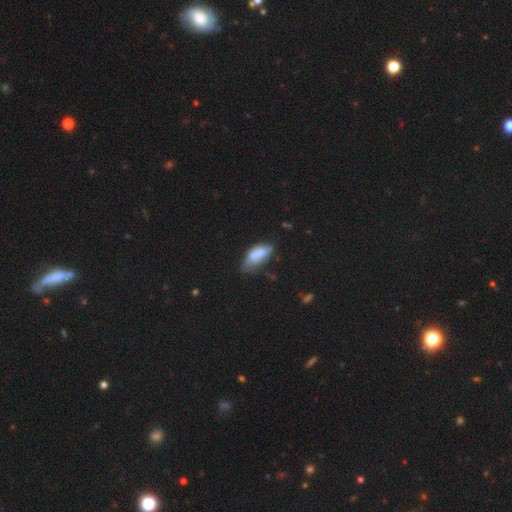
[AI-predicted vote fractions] A smooth galaxy with no disk features (69%) that is in between round and cigar-shaped (87%). Merging: minor disturbance (38%).